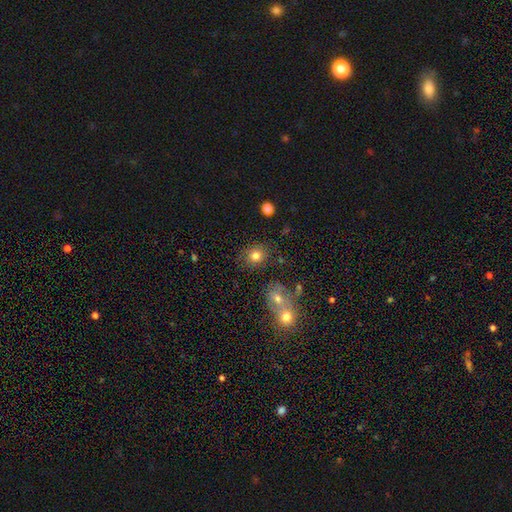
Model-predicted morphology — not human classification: Smooth or featured? Predicted: smooth (p=0.79). How rounded? Predicted: round (p=0.72). Merging? Predicted: none (p=0.80).